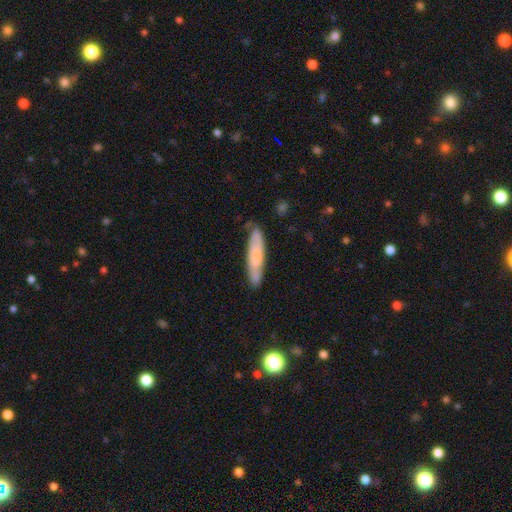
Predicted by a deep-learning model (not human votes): Smooth or featured?
  - smooth: 65% *
  - featured or disk: 29%
  - star or artifact: 6%
How rounded?
  - cigar-shaped: 85% *
  - in between: 13%
  - round: 1%
Merging?
  - none: 78% *
  - minor disturbance: 17%
  - major disturbance: 3%
  - merger: 2%